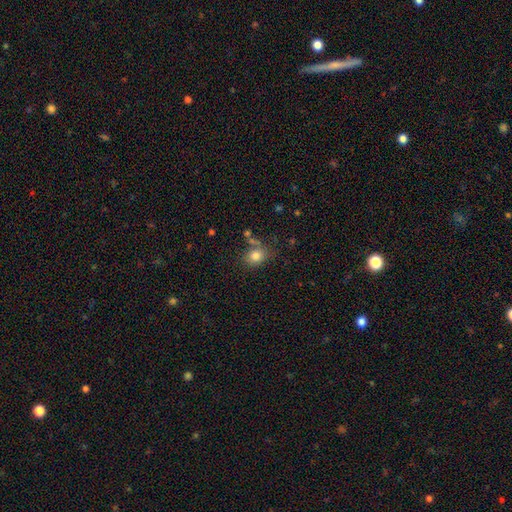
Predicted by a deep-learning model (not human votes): A smooth galaxy with no disk features (81%) that is round (57%). Merging: none (64%).